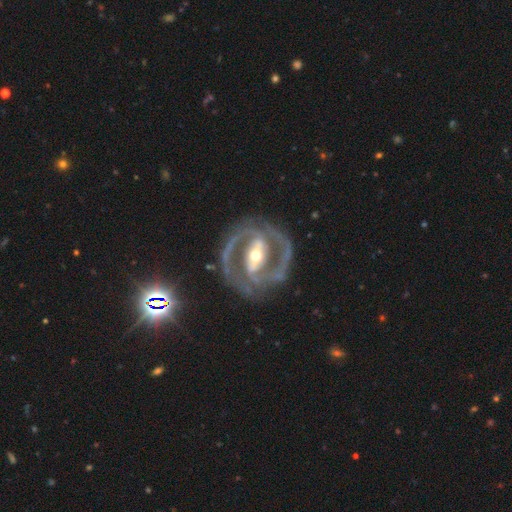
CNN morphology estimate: smooth_or_featured: featured or disk (p=0.92) [alt: star or artifact p=0.04]
disk_edge_on: no (p=0.97) [alt: yes p=0.03]
bar: strong (p=0.67) [alt: weak p=0.22]
has_spiral_arms: yes (p=0.96) [alt: no p=0.04]
spiral_winding: medium (p=0.51) [alt: tight p=0.40]
spiral_arm_count: 2 (p=0.90) [alt: 3 p=0.03]
bulge_size: moderate (p=0.60) [alt: small p=0.33]
merging: none (p=0.78) [alt: minor disturbance p=0.13]